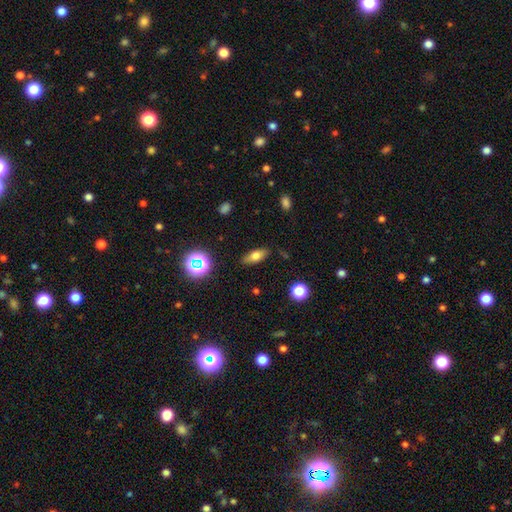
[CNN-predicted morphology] Smooth or featured: smooth — 70% (featured or disk — 19%)
How rounded: in between — 75% (cigar-shaped — 19%)
Merging: none — 84% (minor disturbance — 11%)